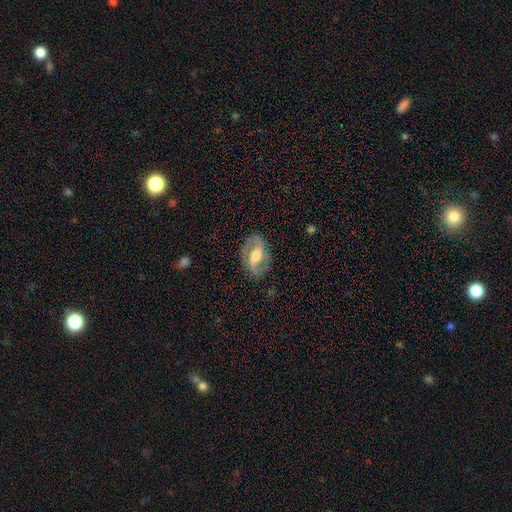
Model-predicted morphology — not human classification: The model was most divided on "bar": strong: 42%, weak: 38%, no: 20%. Remaining: edge-on disk — no (95%); spiral arm count — 2 (91%); spiral arms — yes (89%); merging — none (82%); smooth or featured — featured or disk (81%); bulge size — moderate (66%); spiral winding — medium (45%).